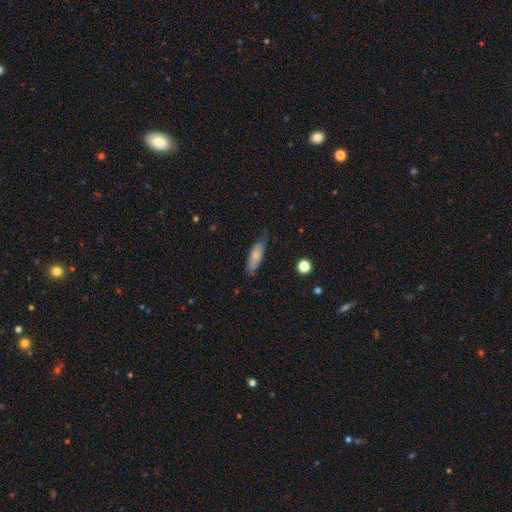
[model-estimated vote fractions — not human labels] A smooth galaxy with no disk features (76%) that is in between round and cigar-shaped (51%).

Vote fractions:
- Smooth or featured? smooth: 76% / featured or disk: 18% / star or artifact: 6%
- How rounded? in between: 51% / cigar-shaped: 47% / round: 2%
- Merging? none: 64% / minor disturbance: 28% / major disturbance: 6% / merger: 2%